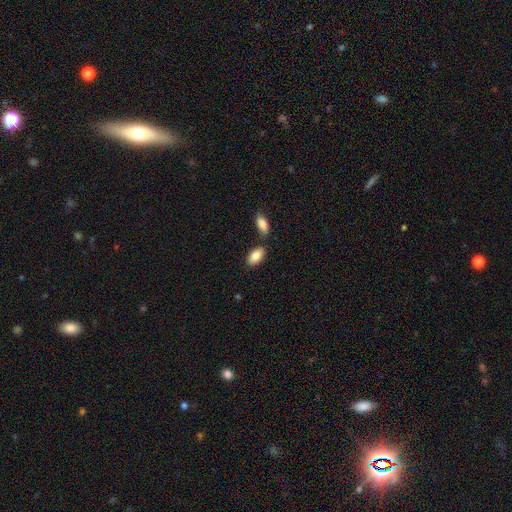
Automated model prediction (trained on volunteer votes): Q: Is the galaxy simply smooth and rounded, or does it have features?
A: smooth — 85%.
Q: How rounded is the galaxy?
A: in between — 93%.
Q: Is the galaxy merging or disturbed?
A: none — 72%.